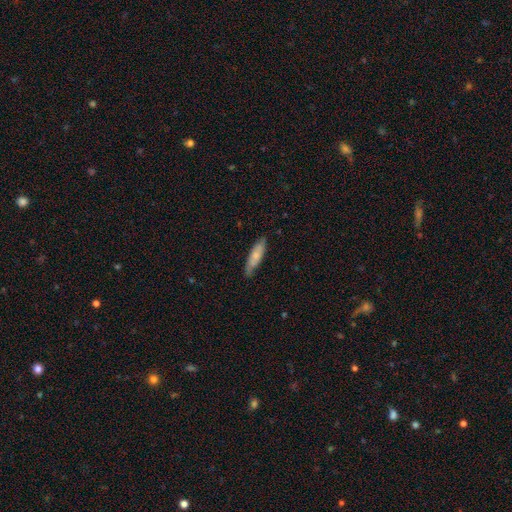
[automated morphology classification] type=smooth (69%); roundness=cigar-shaped (63%); merging=none (77%).